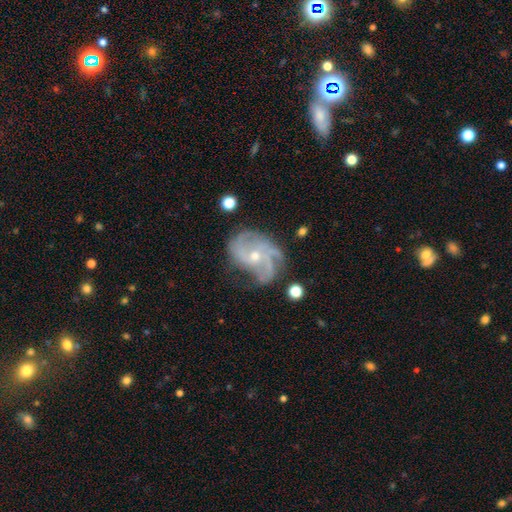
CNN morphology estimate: smooth_or_featured: featured or disk (p=0.84) [alt: smooth p=0.09]
disk_edge_on: no (p=0.97) [alt: yes p=0.03]
bar: no (p=0.68) [alt: weak p=0.26]
has_spiral_arms: yes (p=0.94) [alt: no p=0.06]
spiral_winding: medium (p=0.45) [alt: tight p=0.30]
spiral_arm_count: 3 (p=0.34) [alt: can't tell p=0.20]
bulge_size: small (p=0.60) [alt: moderate p=0.37]
merging: none (p=0.55) [alt: minor disturbance p=0.25]